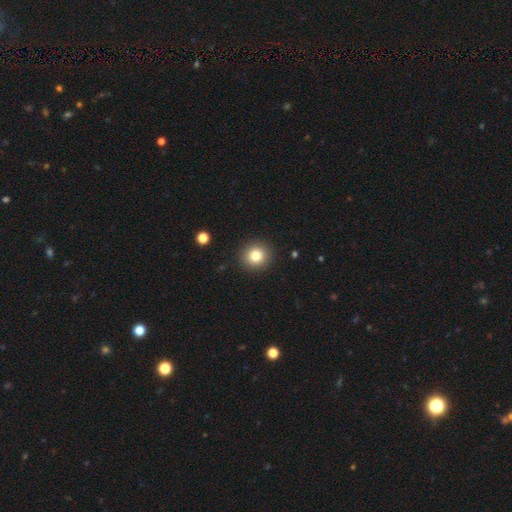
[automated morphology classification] Overall: smooth (81%). How rounded: round (92%). Merging: none (91%).